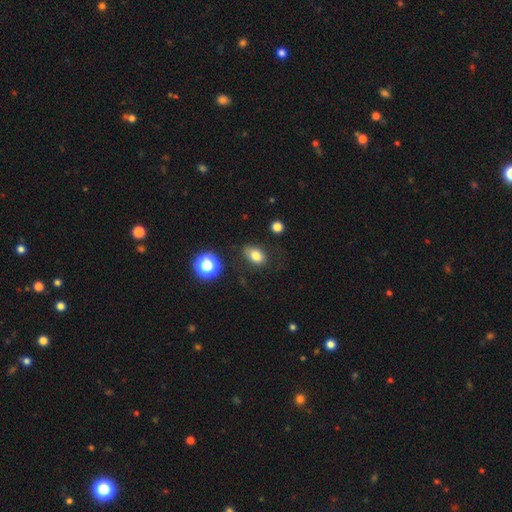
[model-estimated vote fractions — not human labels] A smooth galaxy with no disk features (78%) that is in between round and cigar-shaped (75%). Merging: none (73%).